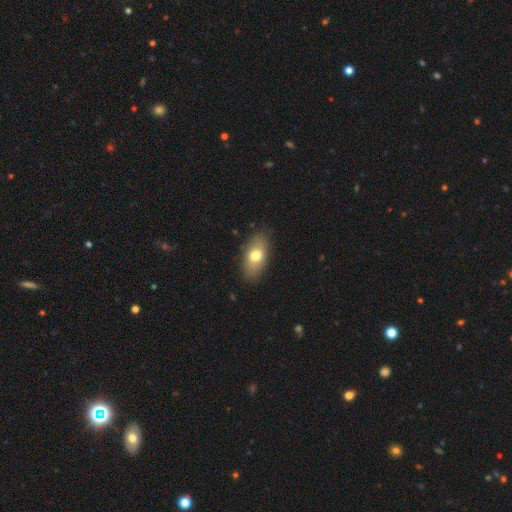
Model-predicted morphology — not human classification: A smooth galaxy with no disk features (71%) that is in between round and cigar-shaped (89%).

Vote fractions:
- Smooth or featured? smooth: 71% / featured or disk: 22% / star or artifact: 7%
- How rounded? in between: 89% / round: 6% / cigar-shaped: 5%
- Merging? none: 83% / minor disturbance: 13% / major disturbance: 3% / merger: 1%